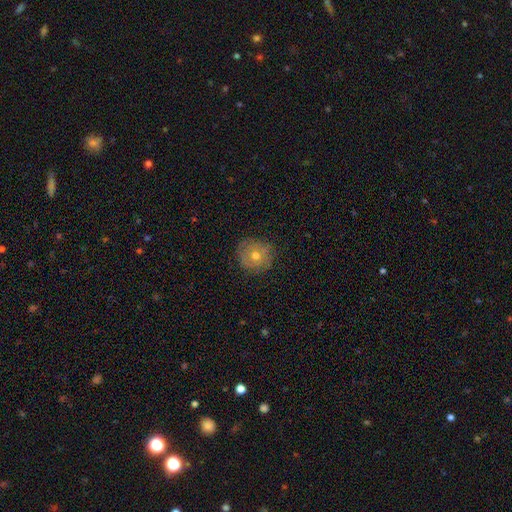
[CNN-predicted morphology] Smooth or featured? smooth (58%)
How rounded? round (92%)
Merging? none (82%)